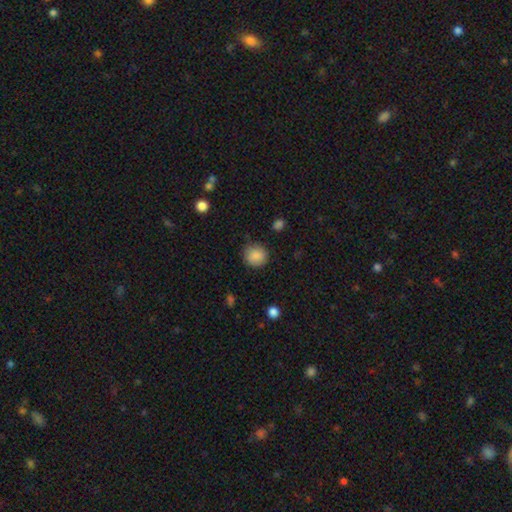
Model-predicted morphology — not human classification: Smooth or featured? Predicted: smooth (p=0.87). How rounded? Predicted: round (p=0.88). Merging? Predicted: none (p=0.84).